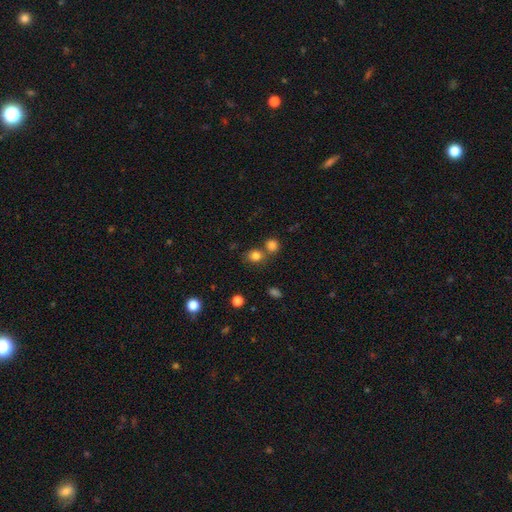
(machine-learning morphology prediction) Overall: smooth (80%). How rounded: round (71%). Merging: none (62%; merger 24%).